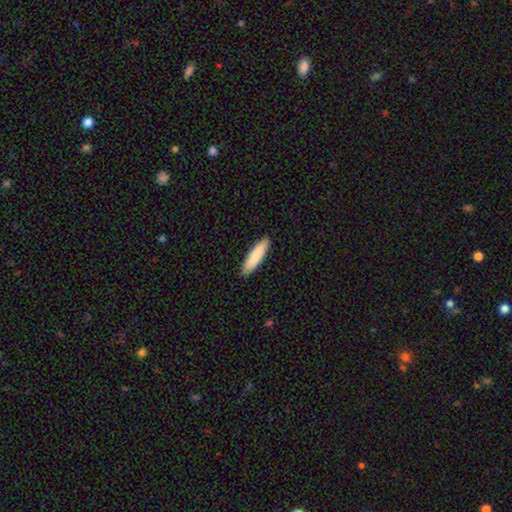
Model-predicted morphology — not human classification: Smooth or featured? smooth (84%)
How rounded? cigar-shaped (76%)
Merging? none (90%)